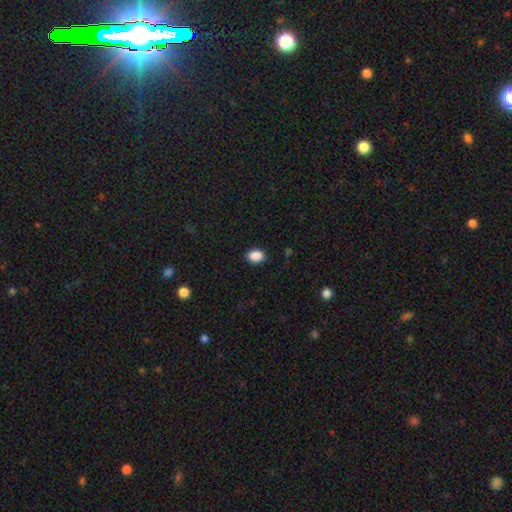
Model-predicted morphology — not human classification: This appears to be a smooth galaxy with no disk features (89%) that is in between round and cigar-shaped (71%). Merging: none (89%).